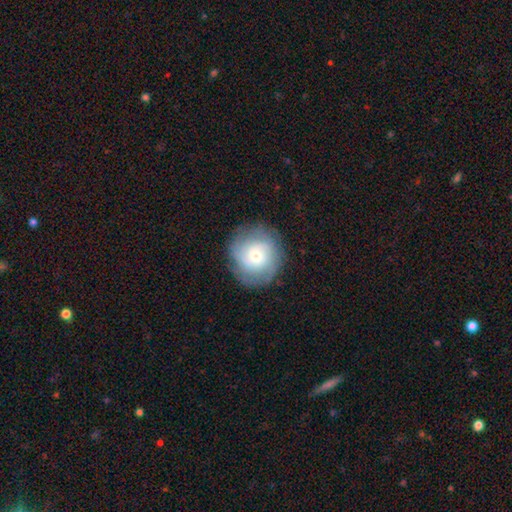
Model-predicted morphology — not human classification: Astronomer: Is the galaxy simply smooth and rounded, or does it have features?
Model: featured or disk — 50% (runner-up: smooth, 42%).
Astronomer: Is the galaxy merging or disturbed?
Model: none — 82%.